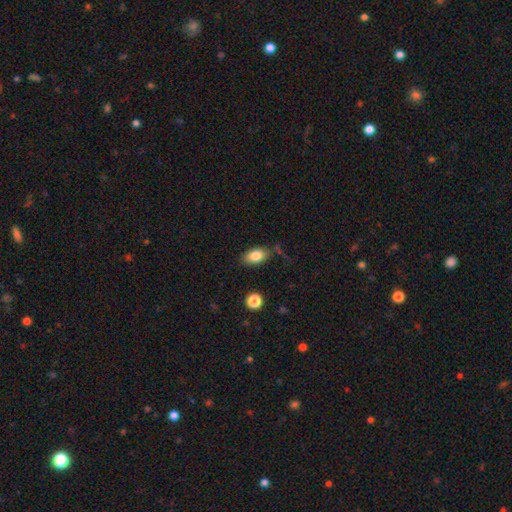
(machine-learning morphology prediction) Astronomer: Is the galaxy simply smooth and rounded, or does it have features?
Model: smooth — 83%.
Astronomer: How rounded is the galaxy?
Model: in between — 90%.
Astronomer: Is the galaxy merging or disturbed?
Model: none — 74%.